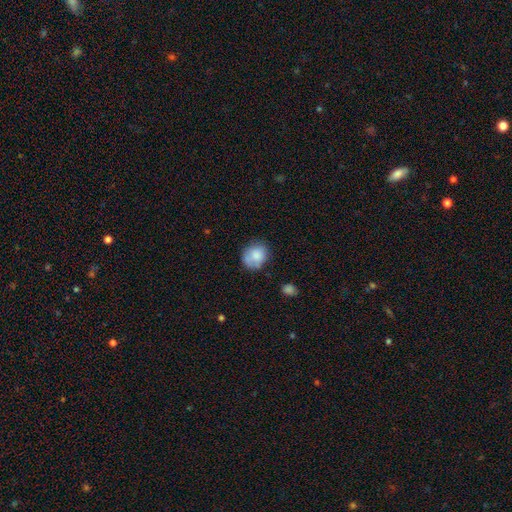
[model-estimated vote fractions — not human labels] smooth-or-featured: smooth: 80% | featured or disk: 12% | star or artifact: 8%
  how-rounded: round: 67% | in between: 32% | cigar-shaped: 1%
  merging: none: 63% | minor disturbance: 25% | major disturbance: 7% | merger: 4%